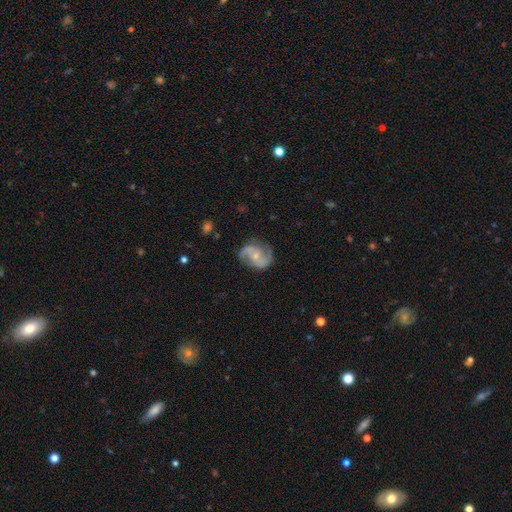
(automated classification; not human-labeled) Morphology: type=featured or disk (83%); edge-on=no (98%); bar=no (58%); spiral arms=yes (95%); winding=medium (48%); arm count=2 (90%); bulge=small (59%); merging=none (75%).